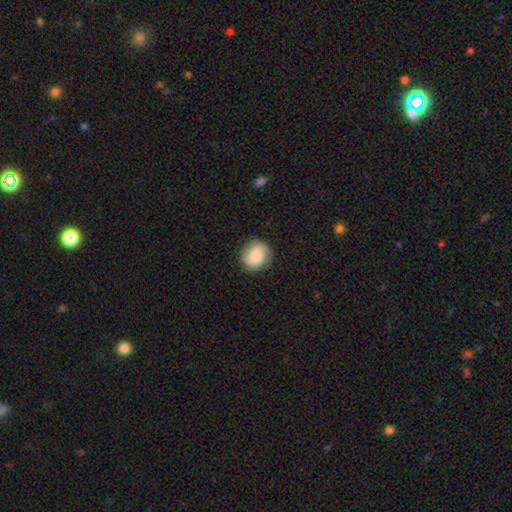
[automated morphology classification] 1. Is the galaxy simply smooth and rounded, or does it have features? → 71% smooth, 21% featured or disk, 8% star or artifact.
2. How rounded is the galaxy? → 81% round, 18% in between, 1% cigar-shaped.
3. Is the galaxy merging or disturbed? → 80% none, 14% minor disturbance, 4% major disturbance, 1% merger.